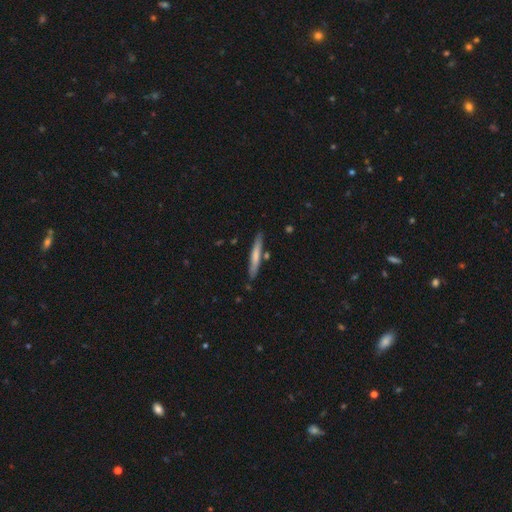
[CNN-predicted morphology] The model was most divided on "smooth or featured": smooth: 65%, featured or disk: 30%, star or artifact: 5%. More confident: how rounded — cigar-shaped (95%); merging — none (83%).